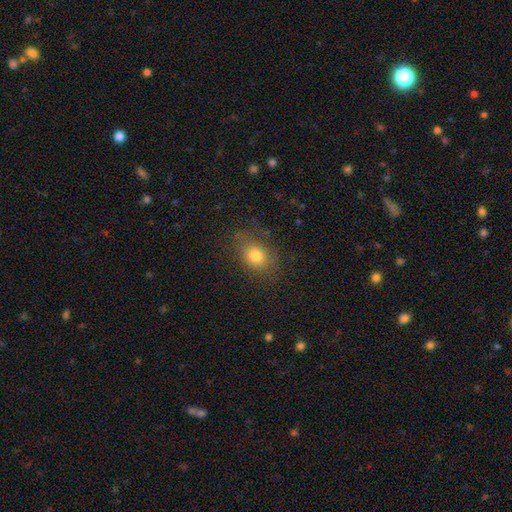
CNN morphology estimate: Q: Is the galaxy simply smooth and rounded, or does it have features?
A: smooth — 77%.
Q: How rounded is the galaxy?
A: in between — 61%.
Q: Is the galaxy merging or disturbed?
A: none — 77%.